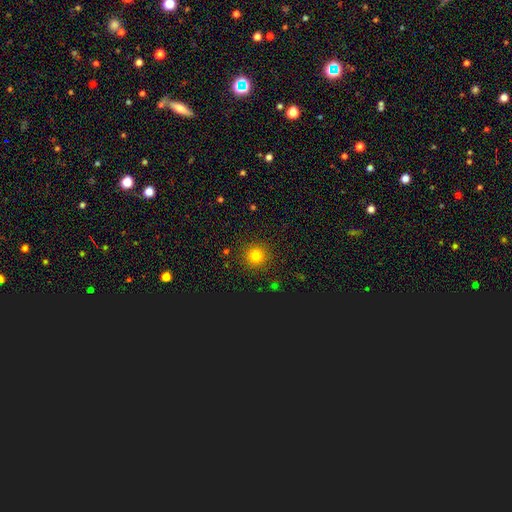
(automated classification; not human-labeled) smooth 78%, star or artifact 16%, featured or disk 5%. Down the decision tree: how rounded — round (95%); merging — none (91%).